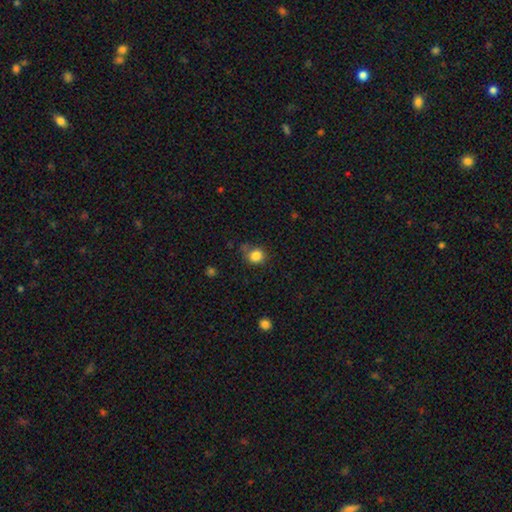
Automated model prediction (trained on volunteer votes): Q: Smooth or featured?
A: smooth (84%); runner-up: star or artifact (11%)
Q: How rounded?
A: round (81%); runner-up: in between (18%)
Q: Merging?
A: none (66%); runner-up: minor disturbance (22%)